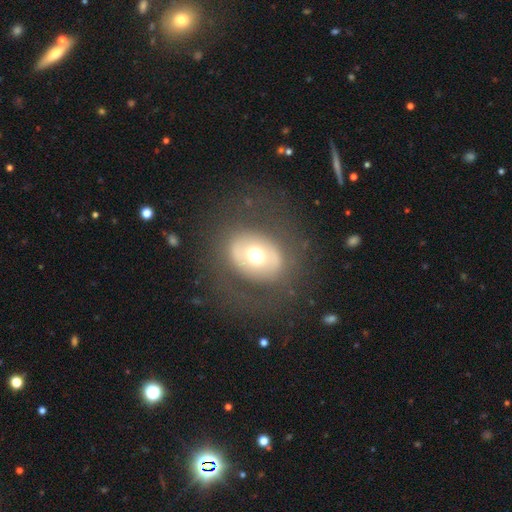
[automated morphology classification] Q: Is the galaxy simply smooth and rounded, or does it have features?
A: smooth — 49%.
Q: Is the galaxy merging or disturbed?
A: none — 75%.